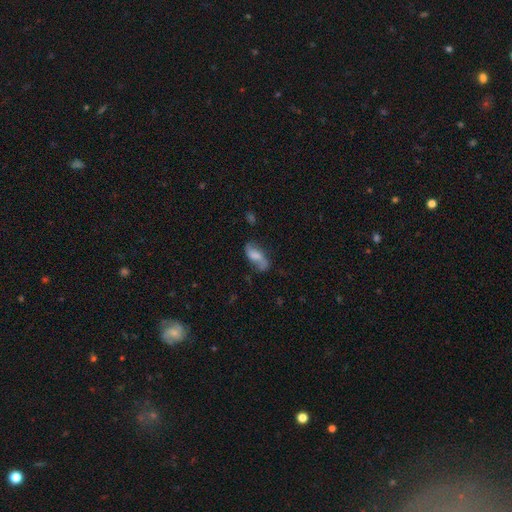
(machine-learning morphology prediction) type=smooth (50%); roundness=in between (80%); merging=none (54%).